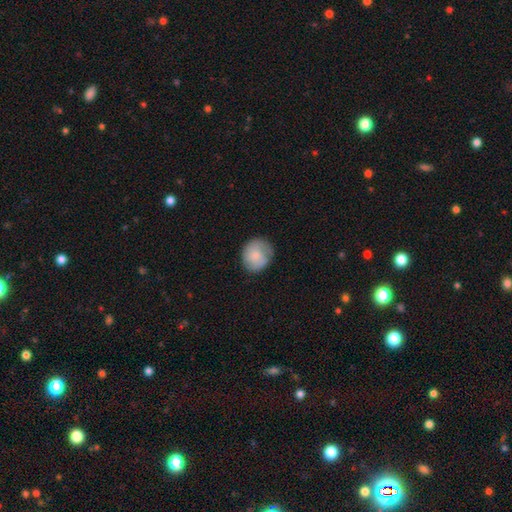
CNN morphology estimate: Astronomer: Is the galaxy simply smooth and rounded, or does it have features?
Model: smooth — 73%.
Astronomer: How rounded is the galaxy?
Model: round — 77%.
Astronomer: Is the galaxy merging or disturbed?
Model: none — 74%.